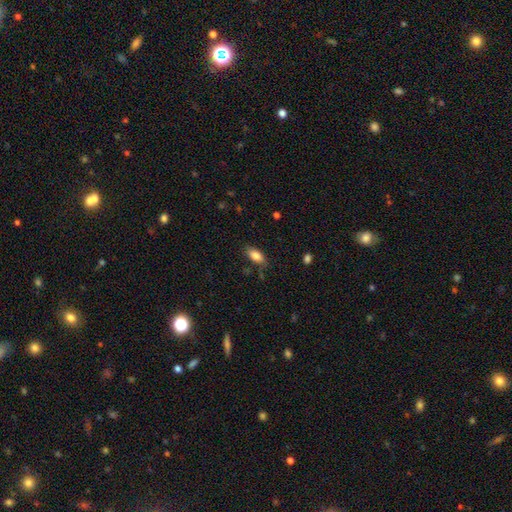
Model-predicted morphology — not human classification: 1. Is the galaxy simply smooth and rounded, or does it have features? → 84% smooth, 8% featured or disk, 8% star or artifact.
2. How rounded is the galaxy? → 88% in between, 8% cigar-shaped, 3% round.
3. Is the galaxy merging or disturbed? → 78% none, 16% minor disturbance, 4% major disturbance, 2% merger.